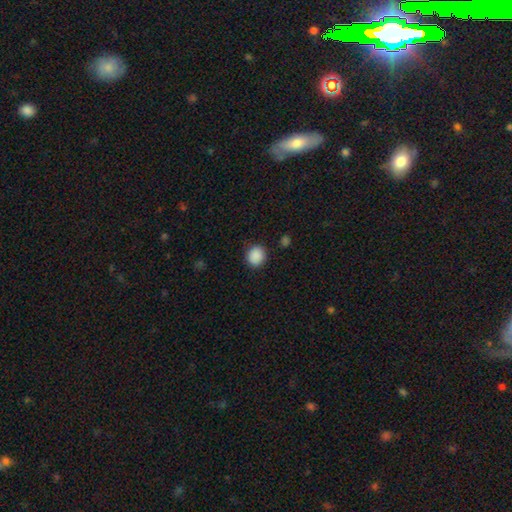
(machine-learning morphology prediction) Overall: smooth (89%). How rounded: round (80%). Merging: none (87%).